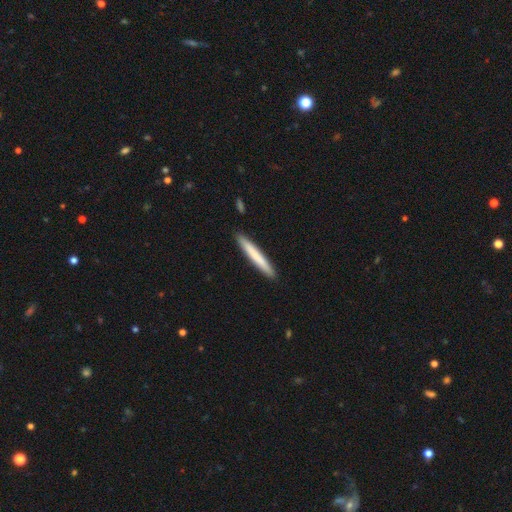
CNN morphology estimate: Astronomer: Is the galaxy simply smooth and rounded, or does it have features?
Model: smooth — 72%.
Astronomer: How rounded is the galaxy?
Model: cigar-shaped — 96%.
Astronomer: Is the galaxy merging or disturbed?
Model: none — 91%.